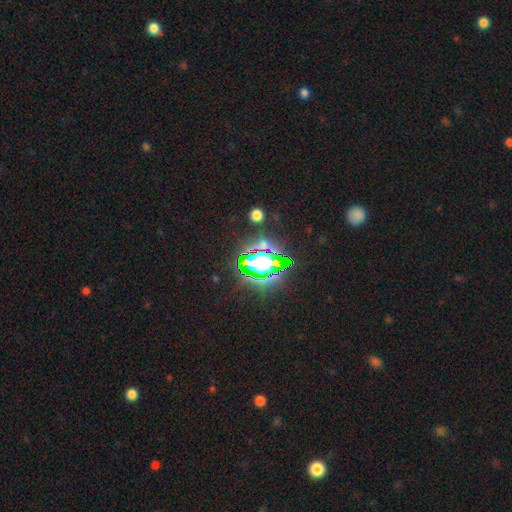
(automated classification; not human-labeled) Overall: star or artifact (66%).